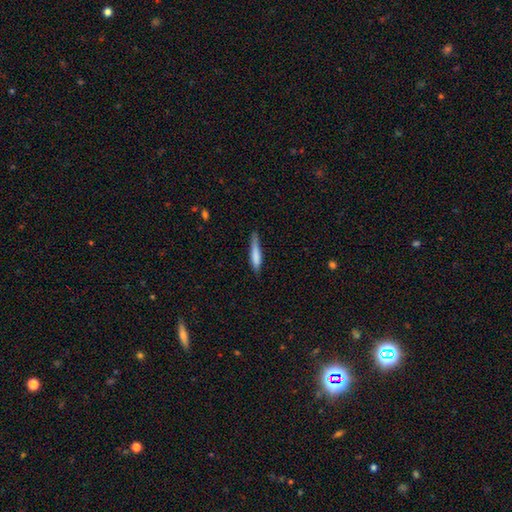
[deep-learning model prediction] Q: Smooth or featured?
A: smooth (74%); runner-up: featured or disk (20%)
Q: How rounded?
A: cigar-shaped (88%); runner-up: in between (10%)
Q: Merging?
A: none (67%); runner-up: minor disturbance (26%)